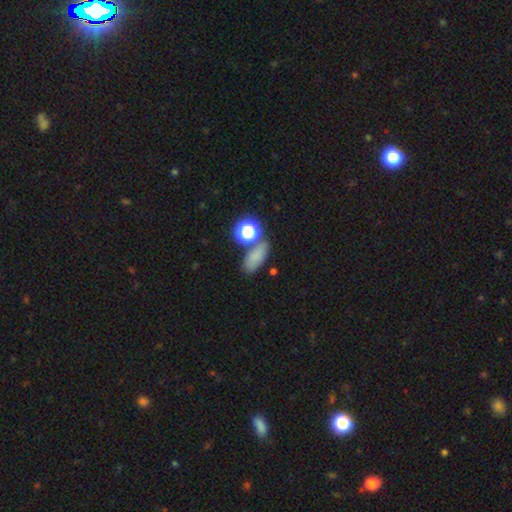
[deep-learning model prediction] This is likely a smooth galaxy (74%). How rounded: likely in between (71%). Merging: likely none (67%).